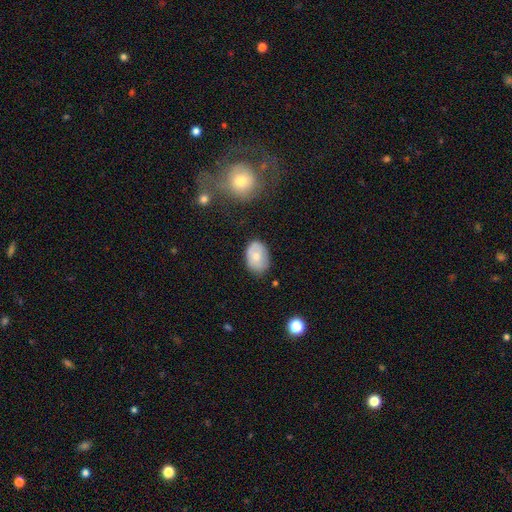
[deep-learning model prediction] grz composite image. It shows a smooth galaxy with no disk features (70%) that is in between round and cigar-shaped (83%). Merging: none (70%).